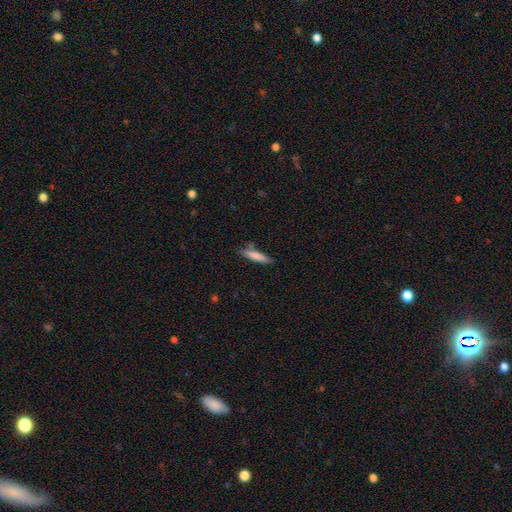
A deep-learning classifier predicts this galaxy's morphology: A smooth galaxy with no disk features (79%) that is cigar-shaped (82%).

Vote fractions:
- Smooth or featured? smooth: 79% / featured or disk: 14% / star or artifact: 6%
- How rounded? cigar-shaped: 82% / in between: 16% / round: 1%
- Merging? none: 77% / minor disturbance: 15% / merger: 5% / major disturbance: 3%